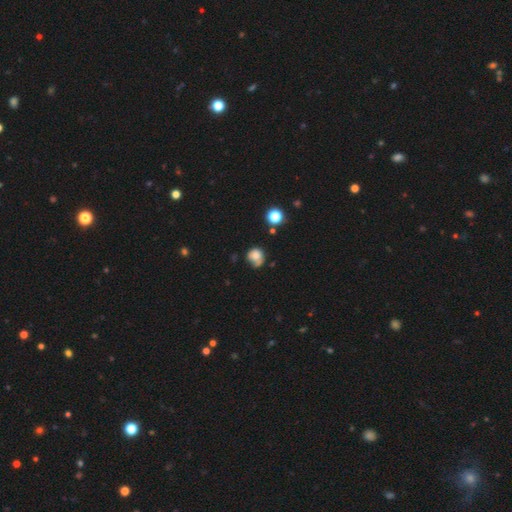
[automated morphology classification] Smooth or featured? smooth (75%)
How rounded? round (80%)
Merging? none (47%)